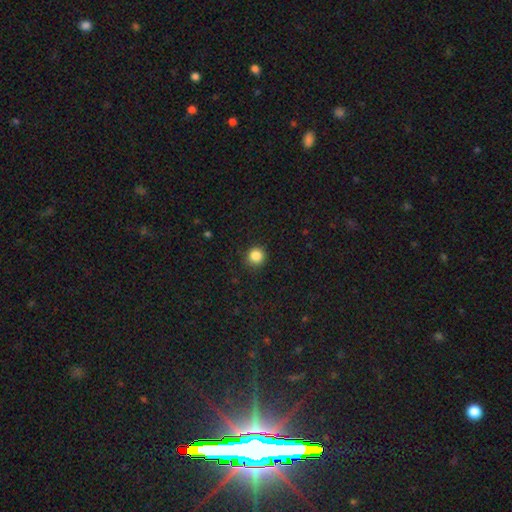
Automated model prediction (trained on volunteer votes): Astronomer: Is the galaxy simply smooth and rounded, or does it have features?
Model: smooth — 85%.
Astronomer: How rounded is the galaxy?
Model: round — 94%.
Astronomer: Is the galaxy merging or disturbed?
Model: none — 90%.